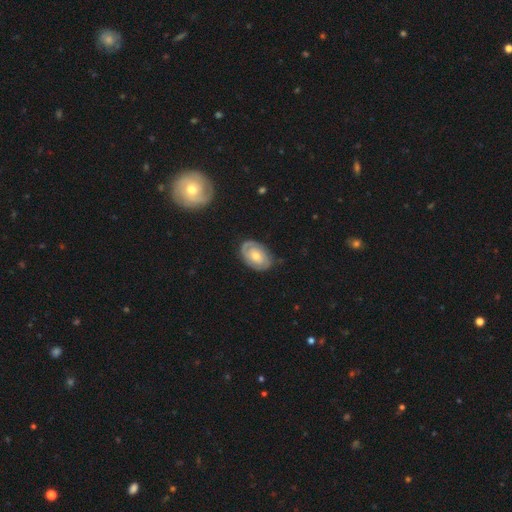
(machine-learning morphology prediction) The model was most divided on "spiral arm count": 2: 54%, can't tell: 27%, 1: 9%, 3: 6%, 4: 2%, more than 4: 2%. More confident: edge-on disk — no (95%); spiral arms — yes (84%); merging — none (77%); bar — no (72%); spiral winding — tight (68%); smooth or featured — featured or disk (68%); bulge size — moderate (61%).